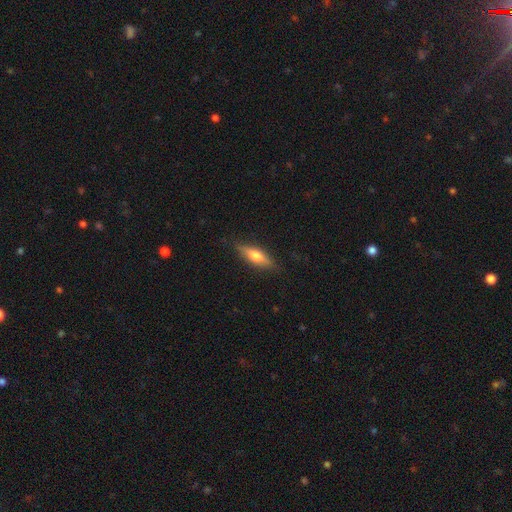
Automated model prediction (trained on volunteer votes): Morphology: type=smooth (53%); roundness=cigar-shaped (53%); merging=none (83%).